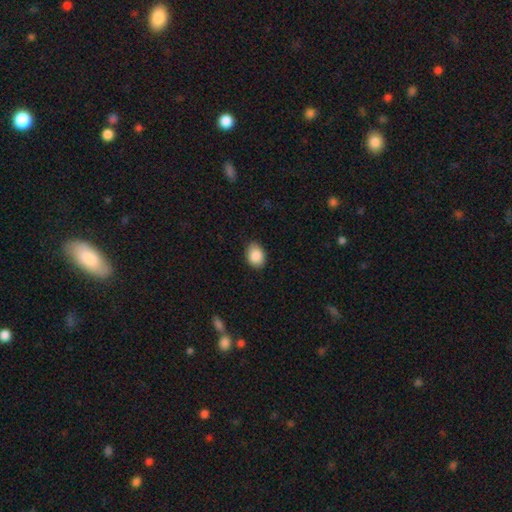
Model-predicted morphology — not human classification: smooth_or_featured: smooth (p=0.88) [alt: star or artifact p=0.08]
how_rounded: in between (p=0.69) [alt: round p=0.30]
merging: none (p=0.84) [alt: minor disturbance p=0.13]